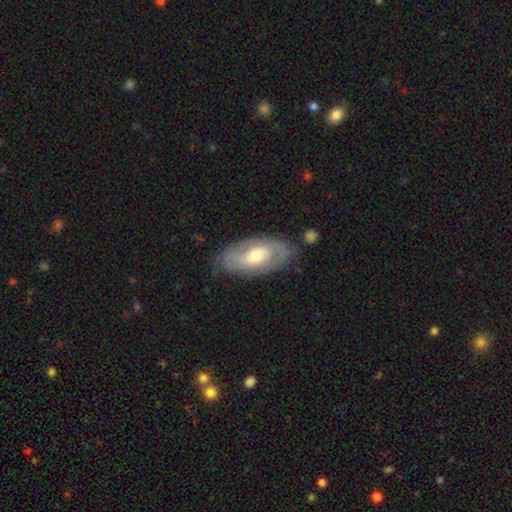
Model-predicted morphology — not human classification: smooth-or-featured: featured or disk: 73% | smooth: 22% | star or artifact: 5%
  disk-edge-on: no: 93% | yes: 7%
    bar: no: 45% | weak: 42% | strong: 13%
    has-spiral-arms: yes: 84% | no: 16%
      spiral-winding: tight: 47% | medium: 39% | loose: 15%
      spiral-arm-count: 2: 68% | can't tell: 21% | 3: 5% | 1: 3% | 4: 2% | more than 4: 2%
    bulge-size: moderate: 68% | small: 23% | large: 7% | none: 1% | dominant: 1%
  merging: none: 77% | minor disturbance: 16% | major disturbance: 5% | merger: 2%